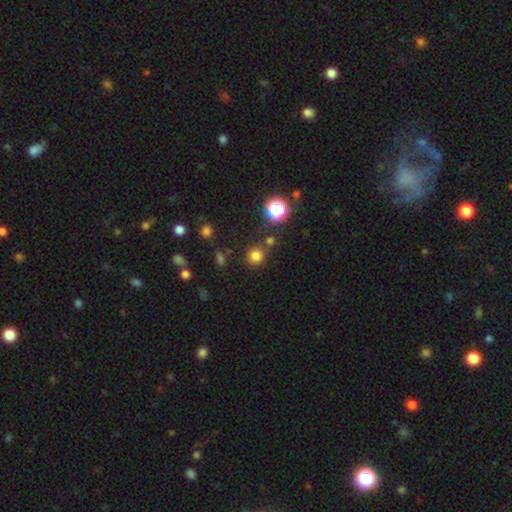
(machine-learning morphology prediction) Smooth or featured: smooth — 77% (star or artifact — 18%)
How rounded: round — 90% (in between — 9%)
Merging: none — 79% (minor disturbance — 9%)